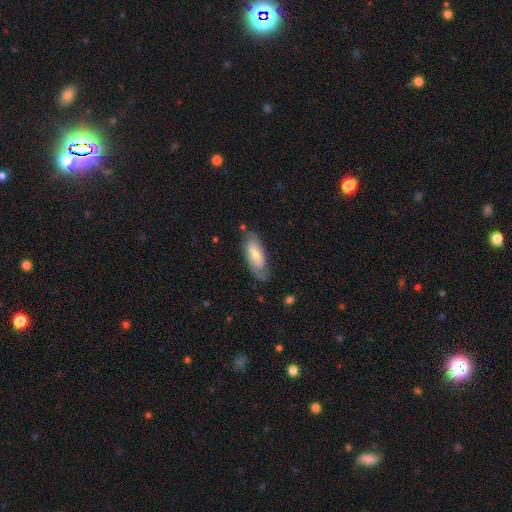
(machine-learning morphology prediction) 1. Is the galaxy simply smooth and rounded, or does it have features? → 51% smooth, 43% featured or disk, 6% star or artifact.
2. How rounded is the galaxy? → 75% in between, 23% cigar-shaped, 2% round.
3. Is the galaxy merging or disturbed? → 73% none, 19% minor disturbance, 6% major disturbance, 2% merger.